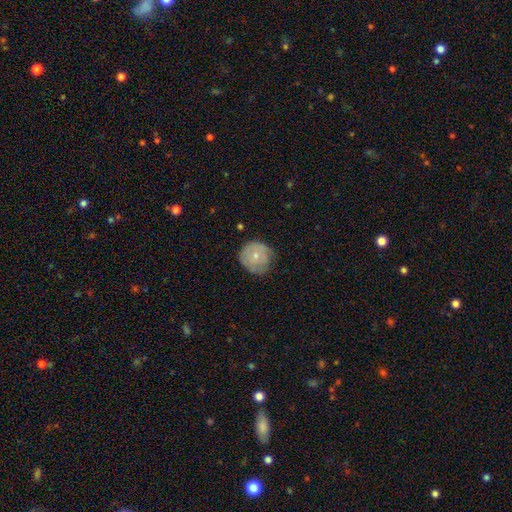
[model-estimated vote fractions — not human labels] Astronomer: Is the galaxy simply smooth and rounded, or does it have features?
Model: smooth — 65%.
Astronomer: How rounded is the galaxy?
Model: round — 92%.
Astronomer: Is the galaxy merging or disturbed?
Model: none — 68%.